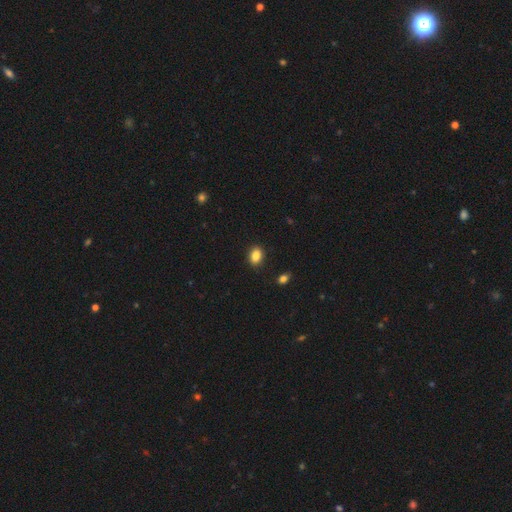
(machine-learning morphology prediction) Q: Smooth or featured?
A: smooth (86%); runner-up: star or artifact (9%)
Q: How rounded?
A: in between (73%); runner-up: round (26%)
Q: Merging?
A: none (88%); runner-up: minor disturbance (9%)